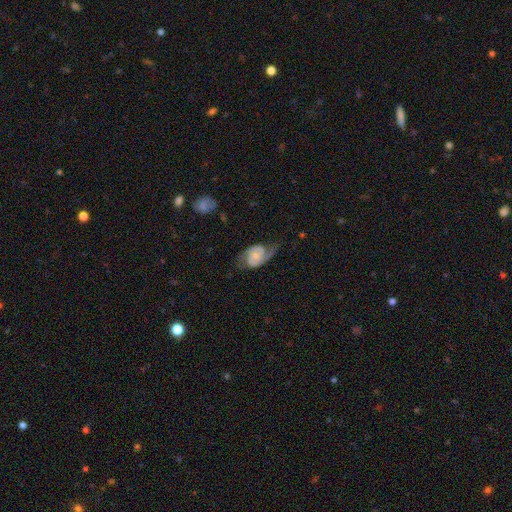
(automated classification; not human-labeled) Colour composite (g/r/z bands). It shows a featured or disk galaxy (82%) with no bar (62%), 2 (90%) medium (50%) spiral arms (96%) and a small central bulge (58%). Merging: none (65%).